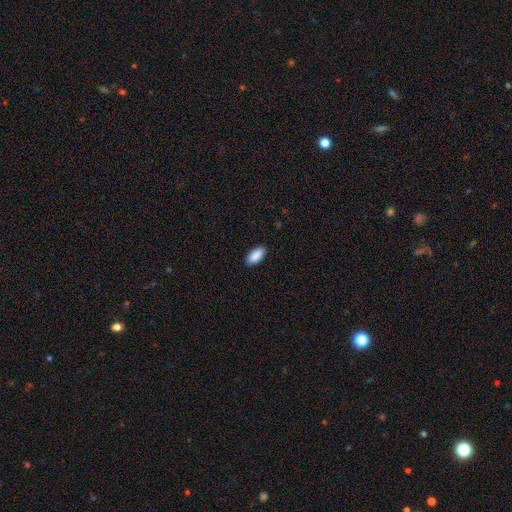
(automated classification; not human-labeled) smooth 91%, star or artifact 6%, featured or disk 3%. Down the decision tree: how rounded — in between (92%); merging — none (90%).